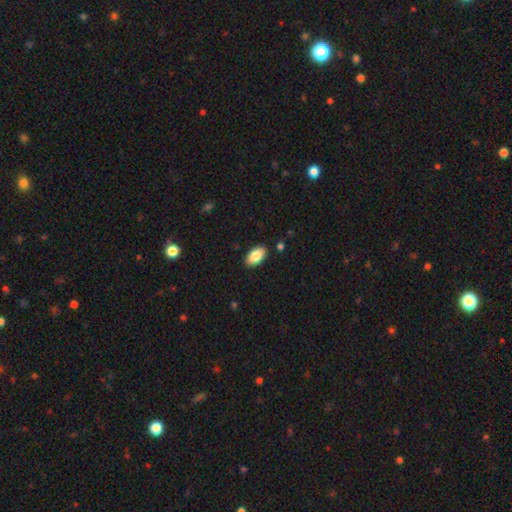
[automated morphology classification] Smooth or featured? smooth (84%)
How rounded? in between (94%)
Merging? none (89%)